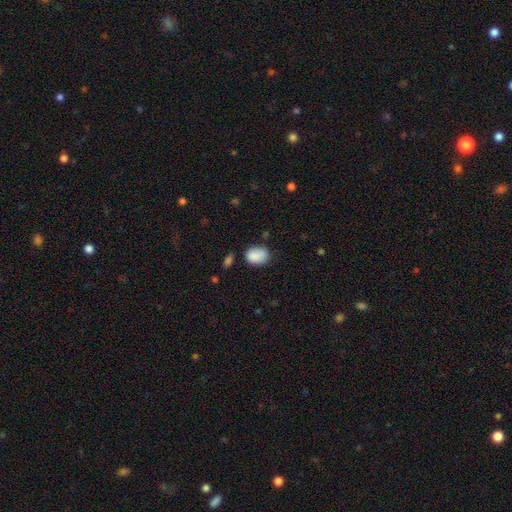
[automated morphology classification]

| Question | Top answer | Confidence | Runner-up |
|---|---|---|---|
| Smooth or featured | smooth | 87% | star or artifact (8%) |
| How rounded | in between | 72% | round (27%) |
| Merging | none | 64% | minor disturbance (25%) |